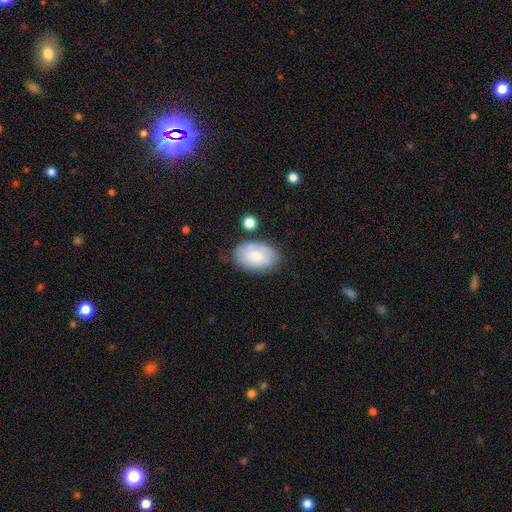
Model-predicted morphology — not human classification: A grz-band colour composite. It shows a smooth galaxy with no disk features (71%) that is in between round and cigar-shaped (88%). Merging: none (70%).